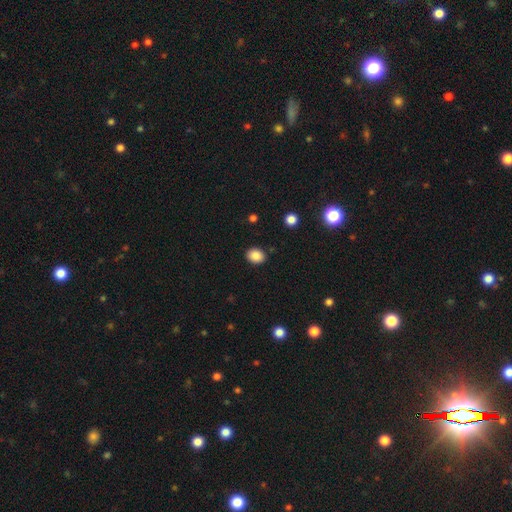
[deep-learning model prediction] Smooth or featured? smooth (87%)
How rounded? in between (54%)
Merging? none (88%)